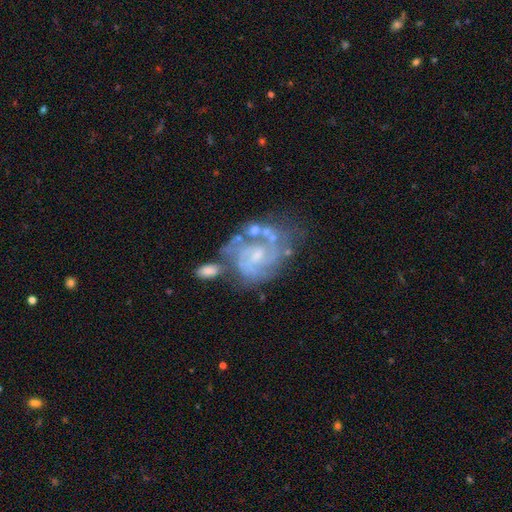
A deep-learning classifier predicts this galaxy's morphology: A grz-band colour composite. It shows a featured or disk galaxy (86%) with no bar (52%), 2 (57%) tight (48%) spiral arms (93%) and a small central bulge (58%). Merging: none (43%).